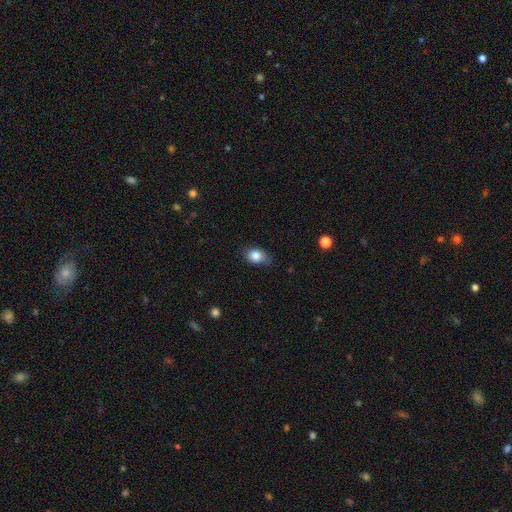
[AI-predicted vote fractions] smooth_or_featured: smooth (p=0.84) [alt: star or artifact p=0.08]
how_rounded: in between (p=0.75) [alt: round p=0.23]
merging: none (p=0.71) [alt: minor disturbance p=0.23]